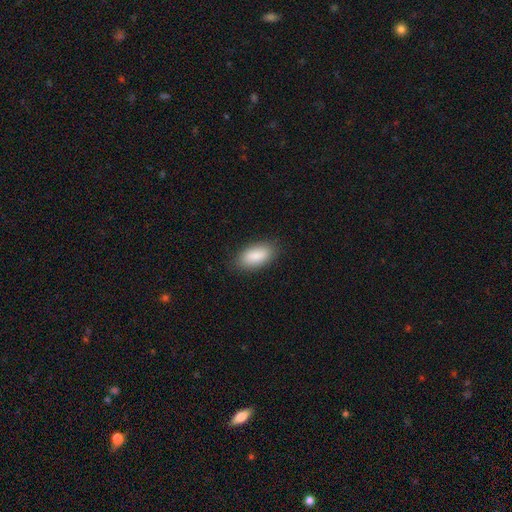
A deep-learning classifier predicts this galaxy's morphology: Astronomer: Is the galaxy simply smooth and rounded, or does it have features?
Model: smooth — 88%.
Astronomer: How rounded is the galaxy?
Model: in between — 92%.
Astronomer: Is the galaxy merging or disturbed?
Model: none — 85%.